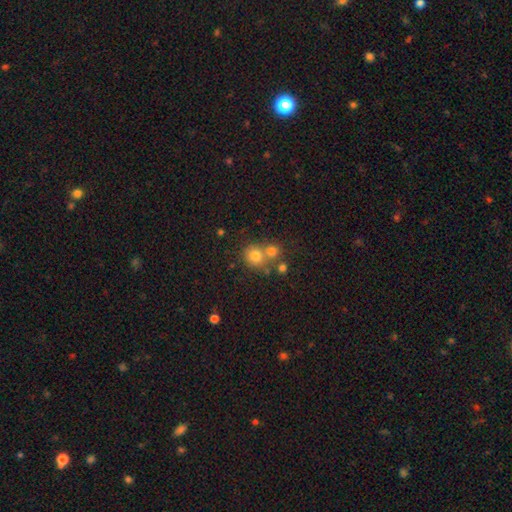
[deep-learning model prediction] This is likely a smooth galaxy (76%). How rounded: clearly round (84%). Merging: possibly none (51%).